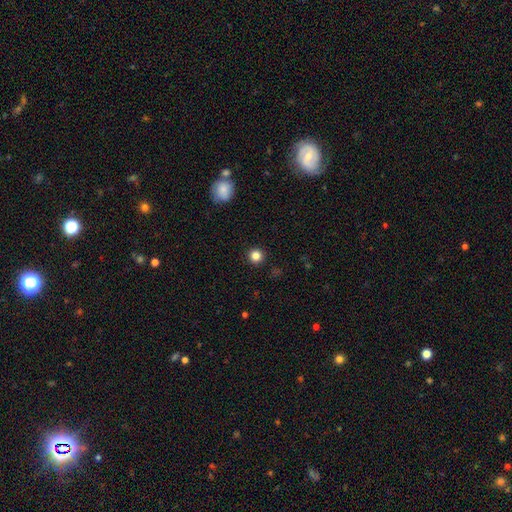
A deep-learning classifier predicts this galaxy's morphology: smooth-or-featured: smooth: 84% | star or artifact: 12% | featured or disk: 4%
  how-rounded: round: 95% | in between: 4% | cigar-shaped: 1%
  merging: none: 93% | minor disturbance: 5% | major disturbance: 2% | merger: 1%